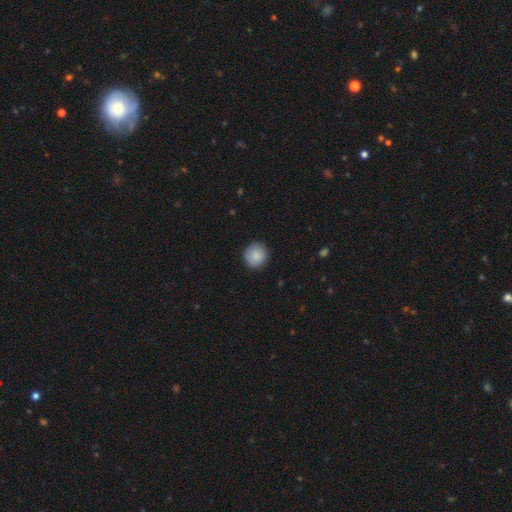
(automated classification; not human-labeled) Overall: smooth (88%). How rounded: round (91%). Merging: none (90%).